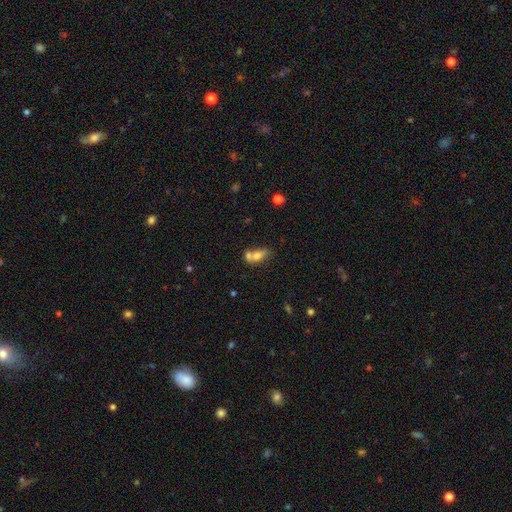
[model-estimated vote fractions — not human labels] Overall: smooth (67%). How rounded: in between (74%). Merging: merger (53%; none 29%).